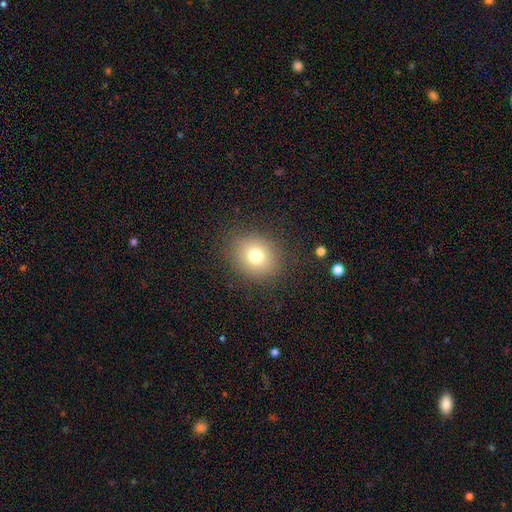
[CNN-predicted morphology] Smooth or featured? Predicted: smooth (p=0.76). How rounded? Predicted: round (p=0.72). Merging? Predicted: none (p=0.87).